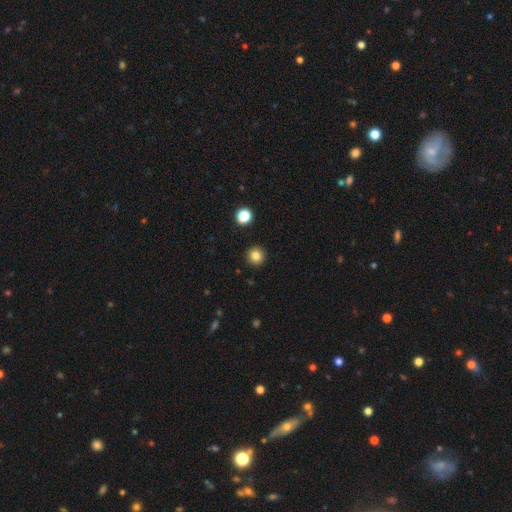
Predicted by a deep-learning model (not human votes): Q: Smooth or featured?
A: smooth (83%); runner-up: star or artifact (12%)
Q: How rounded?
A: round (95%); runner-up: in between (4%)
Q: Merging?
A: none (93%); runner-up: minor disturbance (4%)